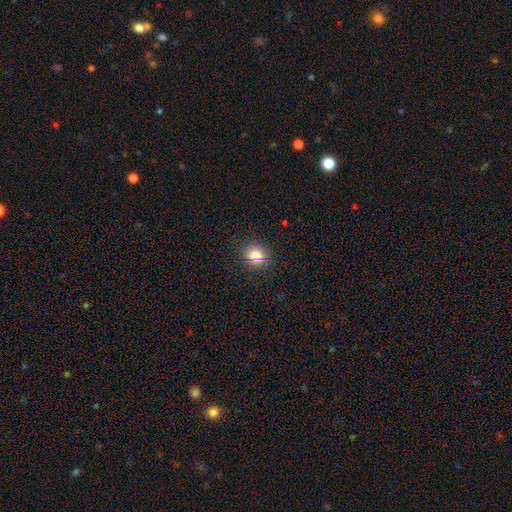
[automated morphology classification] Smooth or featured?
  - smooth: 78% *
  - star or artifact: 15%
  - featured or disk: 7%
How rounded?
  - round: 82% *
  - in between: 17%
  - cigar-shaped: 1%
Merging?
  - none: 87% *
  - minor disturbance: 8%
  - major disturbance: 2%
  - merger: 2%